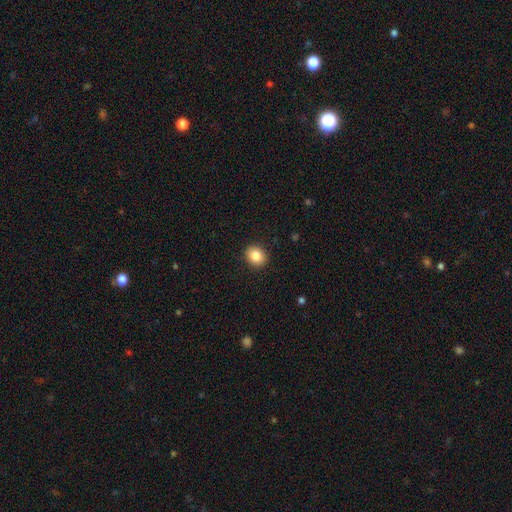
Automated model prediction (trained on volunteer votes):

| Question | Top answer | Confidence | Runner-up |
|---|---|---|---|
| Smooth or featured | smooth | 85% | star or artifact (9%) |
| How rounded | round | 66% | in between (33%) |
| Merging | none | 91% | minor disturbance (6%) |